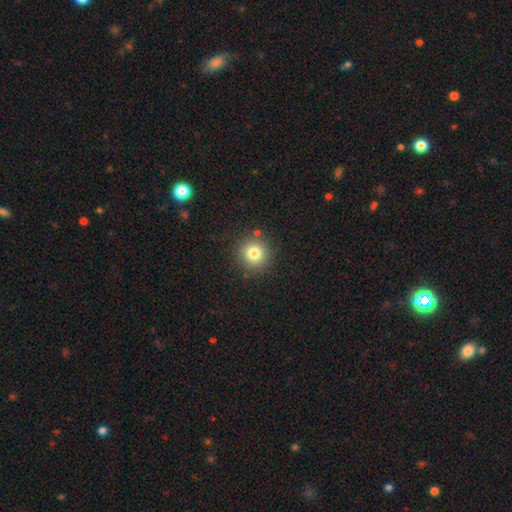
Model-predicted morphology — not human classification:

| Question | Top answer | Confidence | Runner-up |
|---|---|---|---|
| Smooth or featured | smooth | 68% | star or artifact (26%) |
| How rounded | round | 94% | in between (5%) |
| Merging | none | 92% | minor disturbance (5%) |